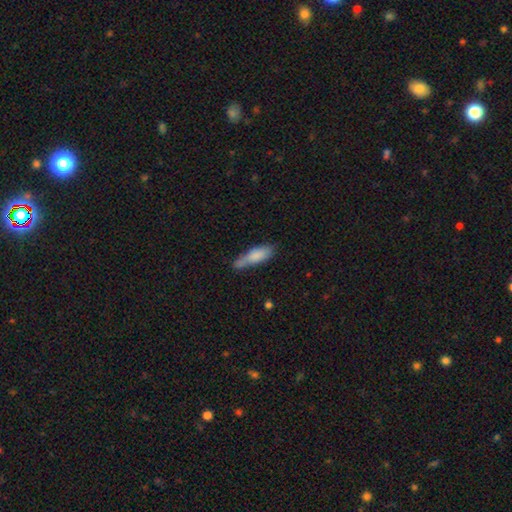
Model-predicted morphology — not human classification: type=smooth (79%); roundness=in between (50%); merging=none (49%).